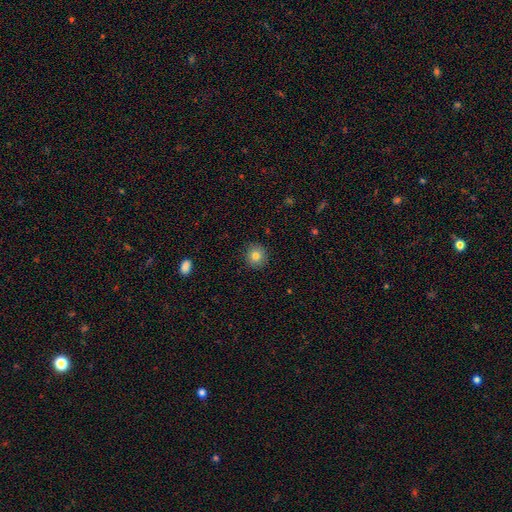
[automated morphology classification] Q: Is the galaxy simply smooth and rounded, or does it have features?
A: smooth — 81%.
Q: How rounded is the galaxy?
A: round — 92%.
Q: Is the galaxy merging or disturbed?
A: none — 90%.